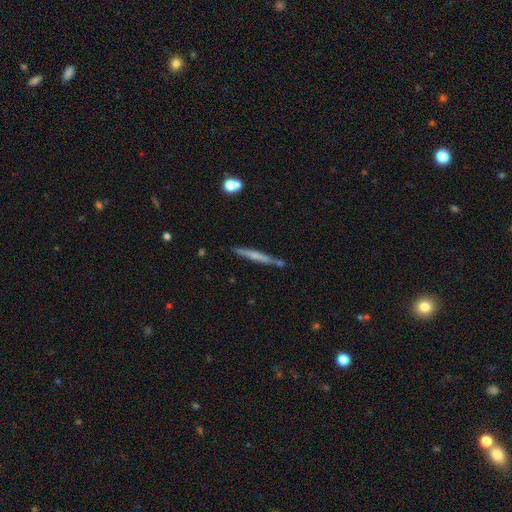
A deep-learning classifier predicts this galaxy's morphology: Smooth or featured?
  - smooth: 50% *
  - featured or disk: 43%
  - star or artifact: 6%
How rounded?
  - cigar-shaped: 96% *
  - in between: 3%
  - round: 2%
Merging?
  - none: 80% *
  - minor disturbance: 11%
  - merger: 7%
  - major disturbance: 2%